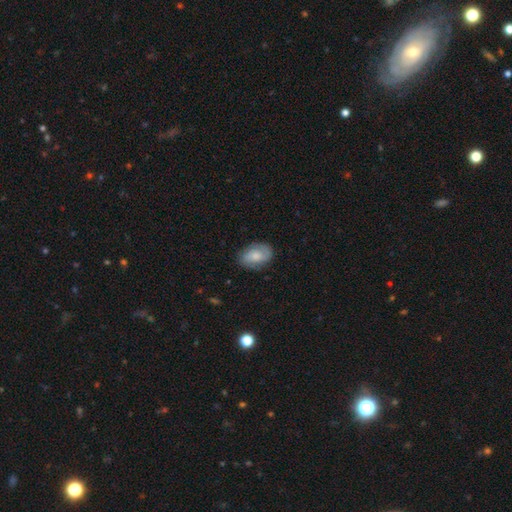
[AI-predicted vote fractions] The model was most divided on "smooth or featured": smooth: 51%, featured or disk: 42%, star or artifact: 7%. More confident: how rounded — in between (84%); merging — none (79%).